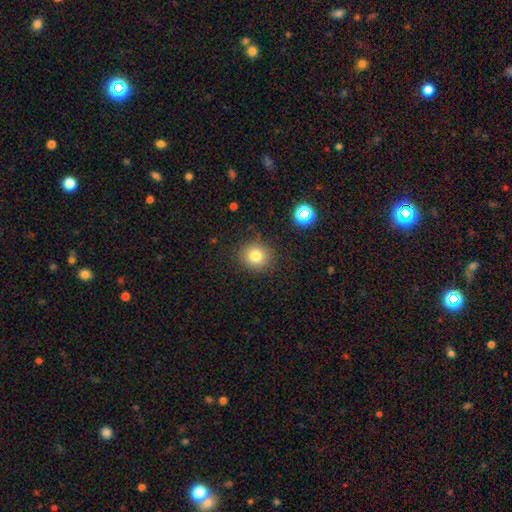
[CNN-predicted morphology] smooth-or-featured: smooth: 79% | star or artifact: 13% | featured or disk: 8%
  how-rounded: round: 87% | in between: 12% | cigar-shaped: 1%
  merging: none: 87% | minor disturbance: 8% | major disturbance: 3% | merger: 2%